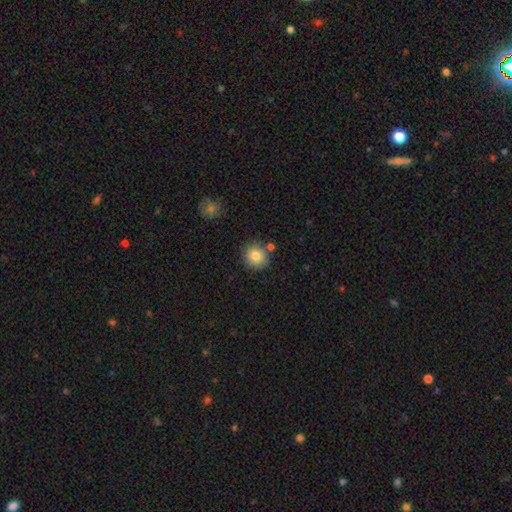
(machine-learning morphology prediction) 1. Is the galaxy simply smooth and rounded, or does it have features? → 83% smooth, 9% star or artifact, 8% featured or disk.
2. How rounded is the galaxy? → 89% round, 10% in between, 1% cigar-shaped.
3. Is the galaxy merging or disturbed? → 80% none, 9% minor disturbance, 8% merger, 2% major disturbance.